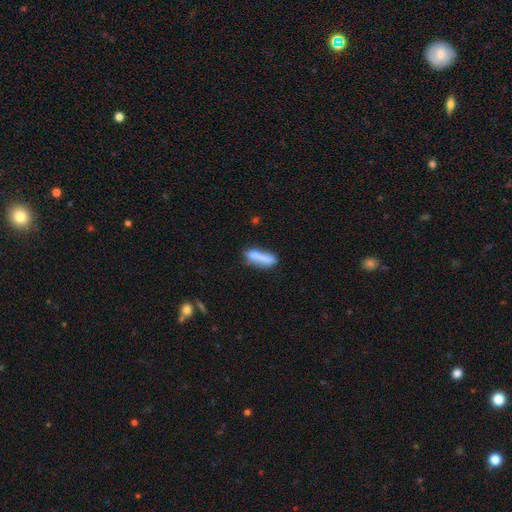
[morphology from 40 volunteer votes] Volunteers were most divided on "merging": none: 56%, merger: 28%, minor disturbance: 11%, major disturbance: 6%. More confident: how rounded — cigar-shaped (77%); smooth or featured — smooth (65%).